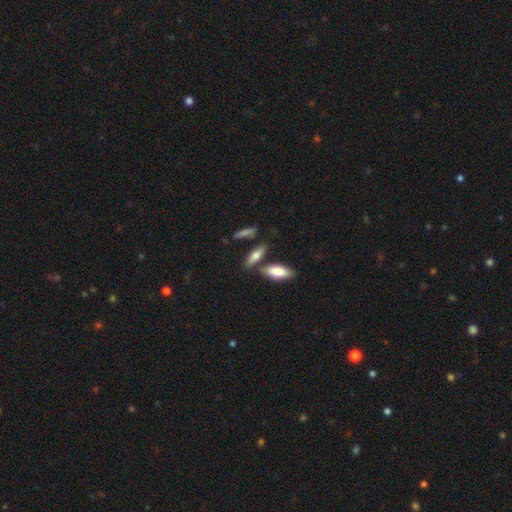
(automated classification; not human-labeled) Q: Smooth or featured?
A: smooth (75%); runner-up: featured or disk (18%)
Q: How rounded?
A: in between (54%); runner-up: cigar-shaped (43%)
Q: Merging?
A: none (67%); runner-up: merger (17%)